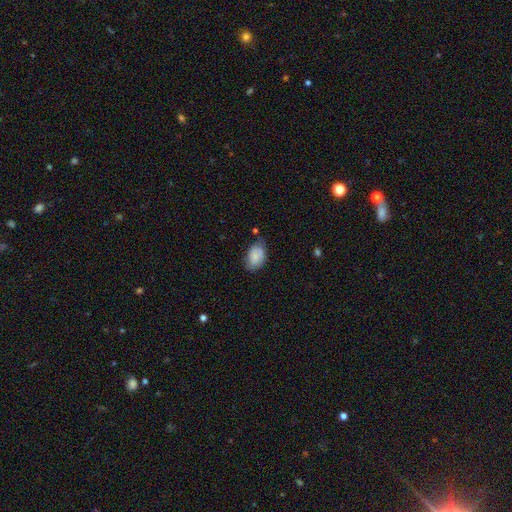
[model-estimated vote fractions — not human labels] A smooth galaxy with no disk features (80%) that is in between round and cigar-shaped (88%).

Vote fractions:
- Smooth or featured? smooth: 80% / featured or disk: 13% / star or artifact: 7%
- How rounded? in between: 88% / round: 11% / cigar-shaped: 1%
- Merging? none: 59% / minor disturbance: 31% / major disturbance: 7% / merger: 3%